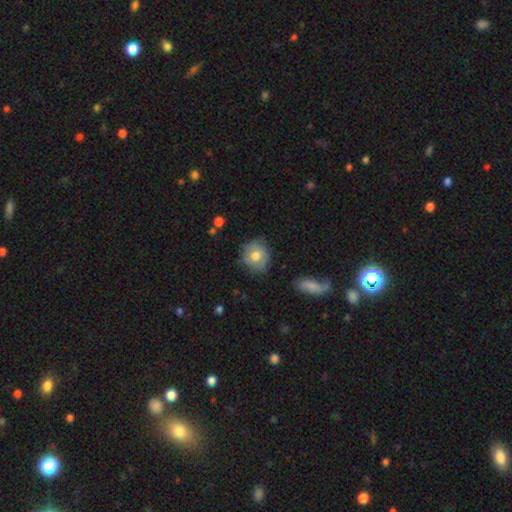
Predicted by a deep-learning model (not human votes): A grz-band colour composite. It shows a smooth galaxy with no disk features (70%) that is round (78%). Merging: none (72%).